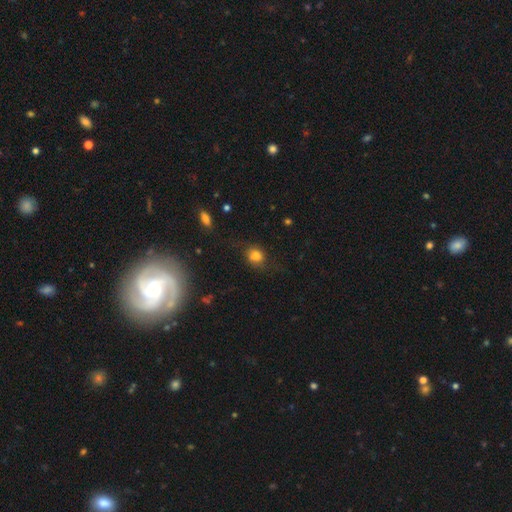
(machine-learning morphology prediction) smooth_or_featured: smooth (p=0.74) [alt: featured or disk p=0.14]
how_rounded: round (p=0.66) [alt: in between p=0.33]
merging: none (p=0.64) [alt: minor disturbance p=0.21]